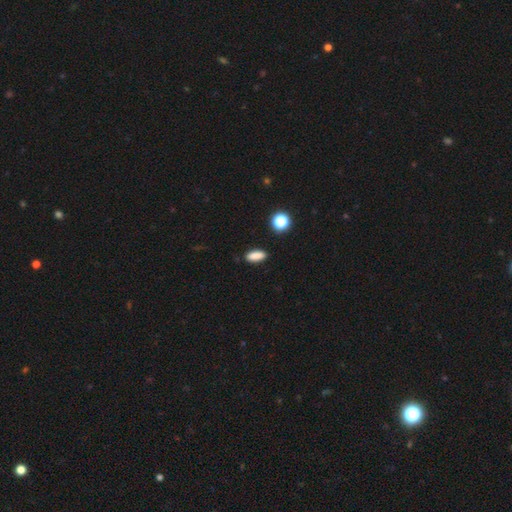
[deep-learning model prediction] A smooth galaxy with no disk features (86%) that is in between round and cigar-shaped (75%).

Vote fractions:
- Smooth or featured? smooth: 86% / star or artifact: 9% / featured or disk: 5%
- How rounded? in between: 75% / cigar-shaped: 20% / round: 4%
- Merging? none: 88% / minor disturbance: 8% / major disturbance: 2% / merger: 2%